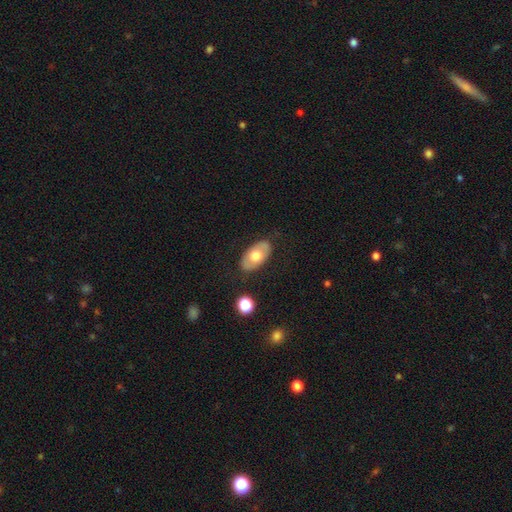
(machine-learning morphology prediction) This is possibly a smooth galaxy (58%). How rounded: clearly in between (92%). Merging: clearly none (82%).